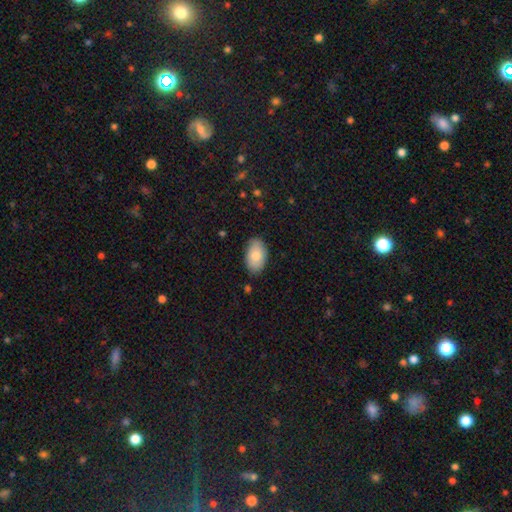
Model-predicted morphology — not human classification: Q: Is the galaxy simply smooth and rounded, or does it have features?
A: smooth — 79%.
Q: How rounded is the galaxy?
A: in between — 94%.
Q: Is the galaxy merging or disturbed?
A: none — 85%.